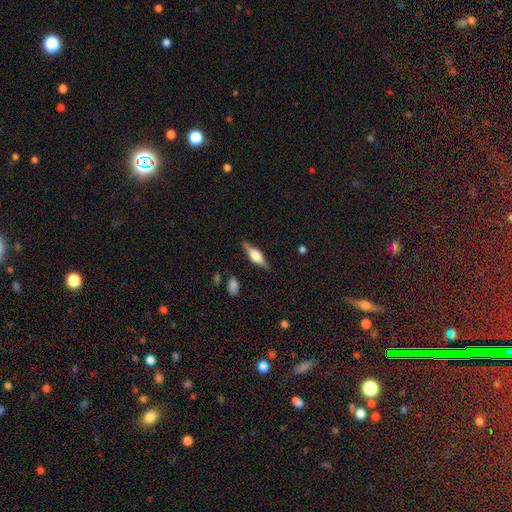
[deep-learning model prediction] Q: Smooth or featured?
A: featured or disk (62%); runner-up: smooth (31%)
Q: Edge-on disk?
A: yes (95%); runner-up: no (5%)
Q: Edge-on bulge?
A: rounded (80%); runner-up: boxy (18%)
Q: Merging?
A: none (83%); runner-up: minor disturbance (12%)